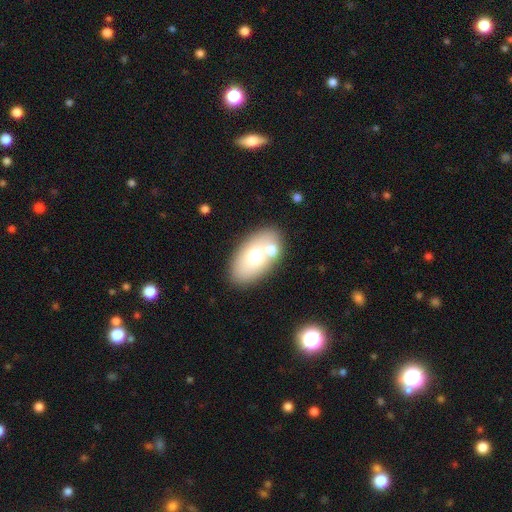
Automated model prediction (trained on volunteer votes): smooth 64%, featured or disk 27%, star or artifact 9%. Down the decision tree: how rounded — in between (90%); merging — none (59%).